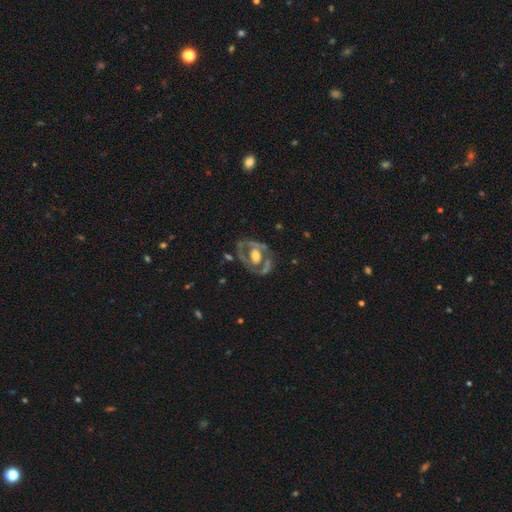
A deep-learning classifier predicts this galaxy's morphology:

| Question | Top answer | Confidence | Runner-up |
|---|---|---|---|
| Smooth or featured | featured or disk | 75% | smooth (20%) |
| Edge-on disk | no | 95% | yes (5%) |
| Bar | no | 63% | weak (25%) |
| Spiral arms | no | 53% | yes (47%) |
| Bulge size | moderate | 55% | large (27%) |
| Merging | none | 61% | minor disturbance (20%) |